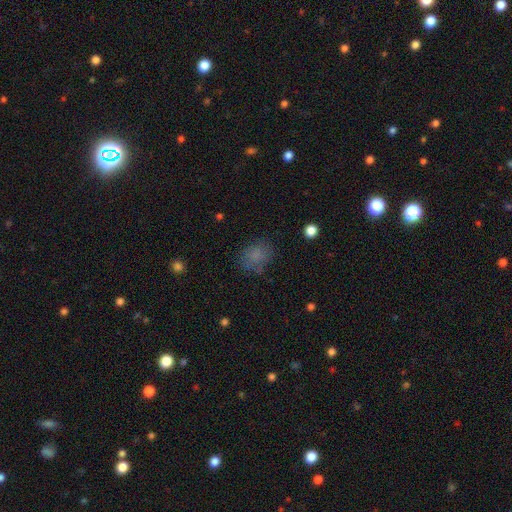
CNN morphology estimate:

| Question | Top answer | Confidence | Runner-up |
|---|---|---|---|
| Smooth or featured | smooth | 78% | star or artifact (12%) |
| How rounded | in between | 54% | round (45%) |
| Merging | none | 72% | minor disturbance (19%) |